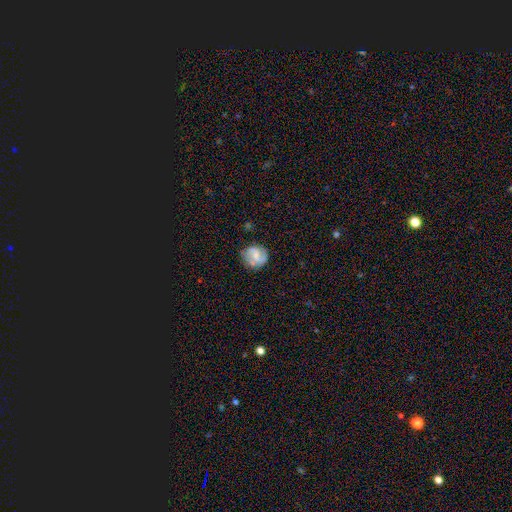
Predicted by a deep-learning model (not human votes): smooth_or_featured: featured or disk (p=0.62) [alt: smooth p=0.31]
disk_edge_on: no (p=0.98) [alt: yes p=0.02]
bar: weak (p=0.52) [alt: no p=0.31]
has_spiral_arms: yes (p=0.89) [alt: no p=0.11]
spiral_winding: medium (p=0.46) [alt: tight p=0.28]
spiral_arm_count: 2 (p=0.80) [alt: can't tell p=0.09]
bulge_size: small (p=0.42) [alt: moderate p=0.28]
merging: none (p=0.75) [alt: minor disturbance p=0.17]